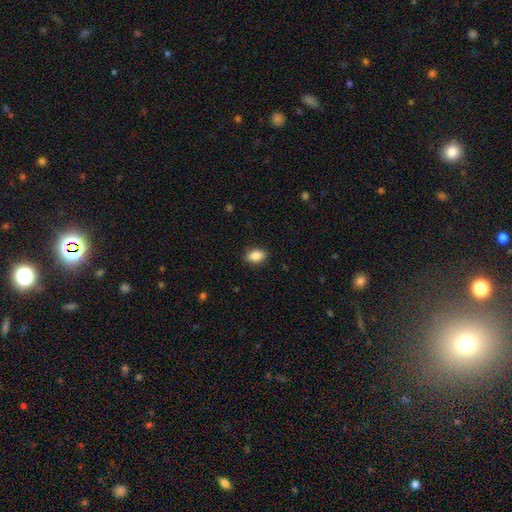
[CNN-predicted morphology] Smooth or featured: smooth — 87% (star or artifact — 8%)
How rounded: in between — 88% (round — 10%)
Merging: none — 88% (minor disturbance — 9%)